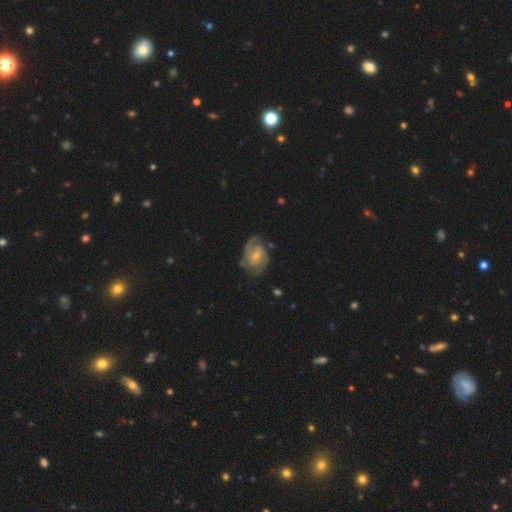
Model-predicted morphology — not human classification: featured or disk 75%, smooth 19%, star or artifact 6%. Down the decision tree: edge-on disk — no (97%); bar — no (57%); spiral arms — yes (88%); spiral arm count — 2 (57%); spiral winding — tight (42%); bulge size — small (65%); merging — none (60%).